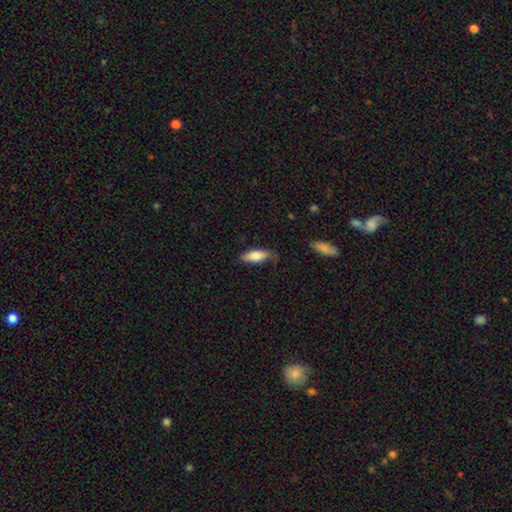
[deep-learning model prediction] This is likely a smooth galaxy (80%). How rounded: likely in between (65%). Merging: likely none (64%).